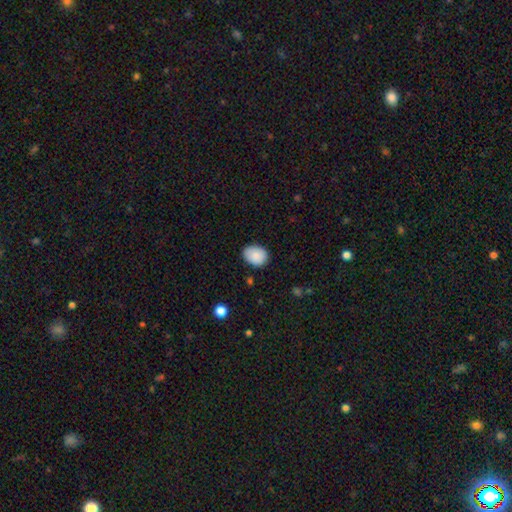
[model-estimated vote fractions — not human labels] Overall: smooth (87%). How rounded: in between (61%; round 38%). Merging: none (81%).